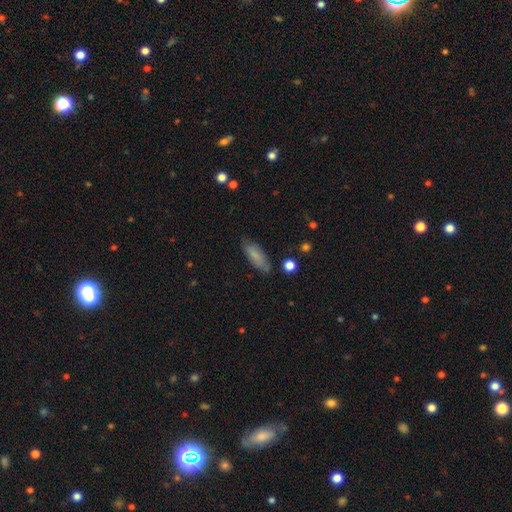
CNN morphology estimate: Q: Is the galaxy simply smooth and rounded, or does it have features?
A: smooth — 79%.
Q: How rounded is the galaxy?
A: in between — 63%.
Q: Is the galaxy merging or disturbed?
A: none — 80%.